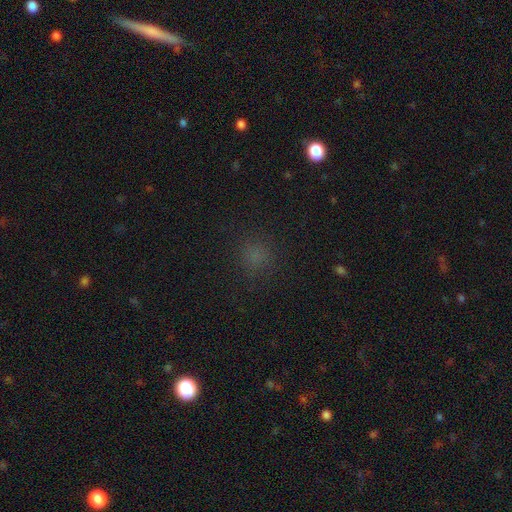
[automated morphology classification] Smooth or featured?
  - smooth: 70% *
  - star or artifact: 25%
  - featured or disk: 5%
How rounded?
  - round: 88% *
  - in between: 11%
  - cigar-shaped: 1%
Merging?
  - none: 85% *
  - minor disturbance: 10%
  - major disturbance: 4%
  - merger: 1%